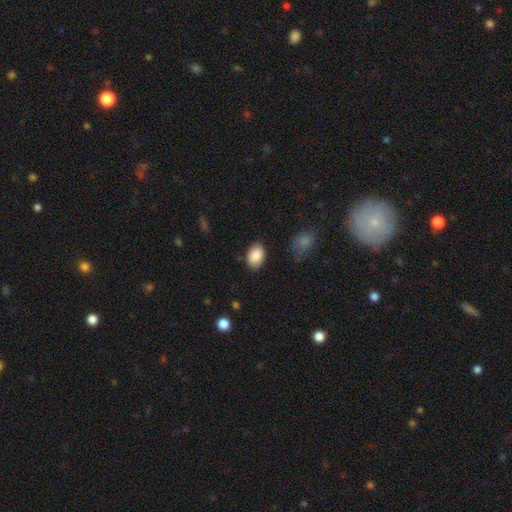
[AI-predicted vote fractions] The model was most divided on "merging": none: 83%, minor disturbance: 13%, major disturbance: 3%, merger: 2%. More confident: smooth or featured — smooth (89%); how rounded — in between (89%).